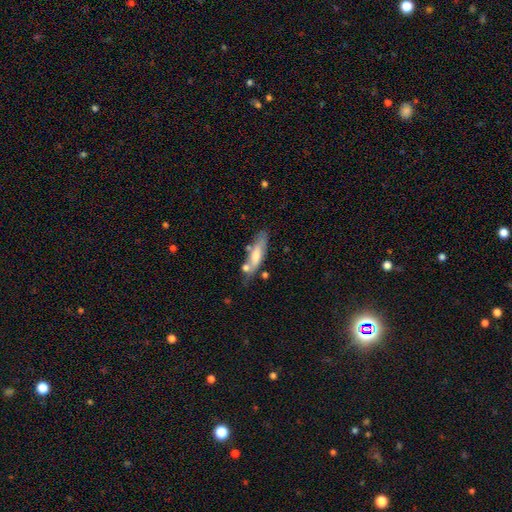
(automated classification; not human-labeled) A smooth galaxy with no disk features (59%) that is cigar-shaped (61%). Merging: none (51%).